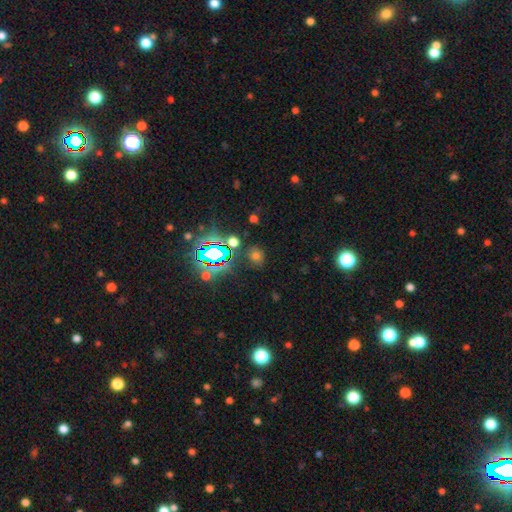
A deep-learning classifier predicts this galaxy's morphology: smooth_or_featured: smooth (p=0.54) [alt: star or artifact p=0.37]
how_rounded: round (p=0.64) [alt: in between p=0.34]
merging: none (p=0.80) [alt: minor disturbance p=0.11]